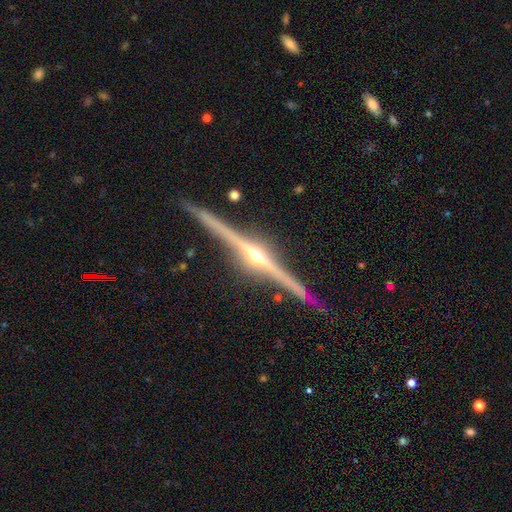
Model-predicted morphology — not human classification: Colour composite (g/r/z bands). It shows a featured or disk galaxy (92%) viewed edge-on (99%) with a rounded central bulge (95%). Merging: none (91%).